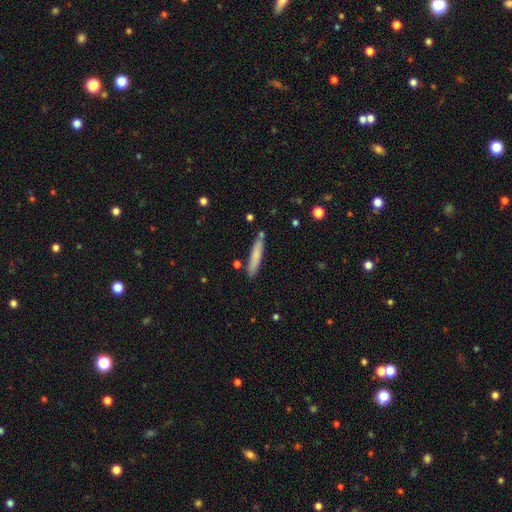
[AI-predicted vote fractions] This appears to be a smooth galaxy with no disk features (73%) that is cigar-shaped (92%). Merging: none (81%).